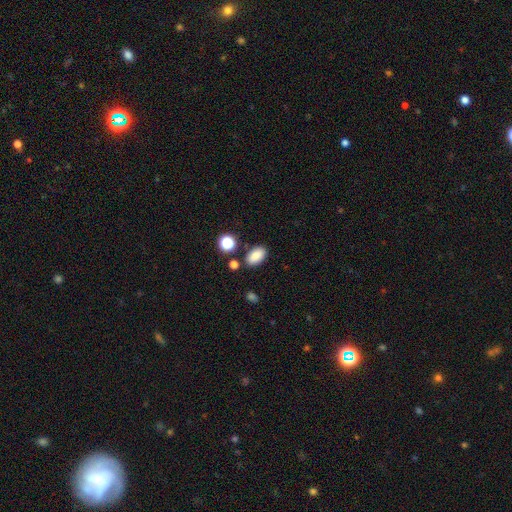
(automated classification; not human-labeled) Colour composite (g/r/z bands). It shows a smooth galaxy with no disk features (85%) that is in between round and cigar-shaped (90%). Merging: none (81%).